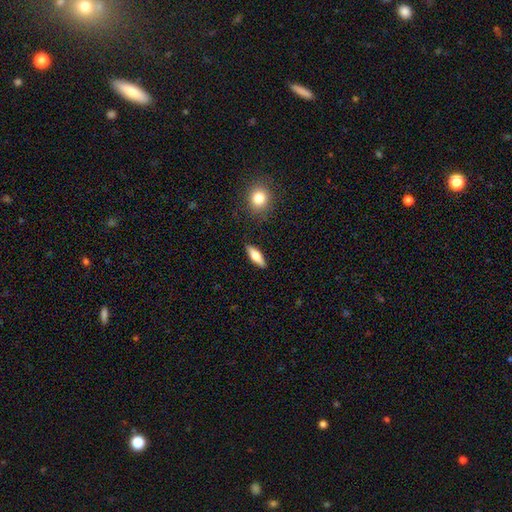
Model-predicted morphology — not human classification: Q: Smooth or featured?
A: smooth (57%); runner-up: featured or disk (37%)
Q: How rounded?
A: in between (54%); runner-up: cigar-shaped (43%)
Q: Merging?
A: none (88%); runner-up: minor disturbance (8%)